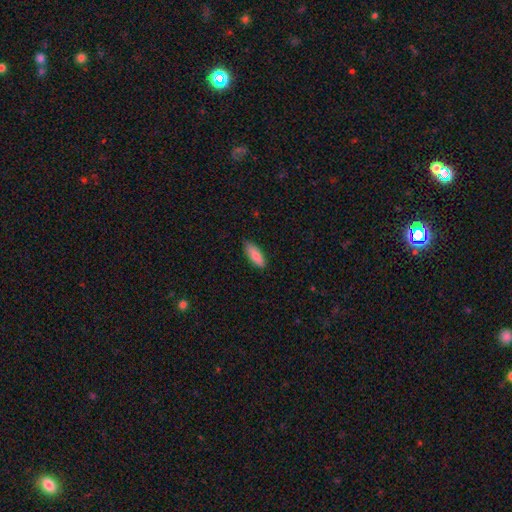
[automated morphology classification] smooth_or_featured: smooth (p=0.88) [alt: featured or disk p=0.06]
how_rounded: in between (p=0.65) [alt: cigar-shaped p=0.33]
merging: none (p=0.83) [alt: minor disturbance p=0.14]